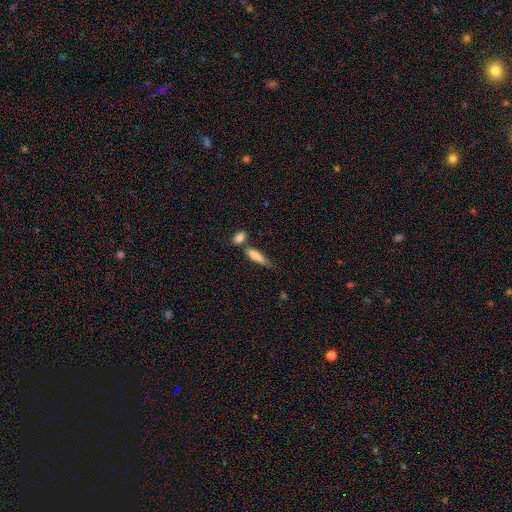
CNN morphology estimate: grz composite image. It shows a smooth galaxy with no disk features (83%) that is cigar-shaped (62%). Merging: none (46%).